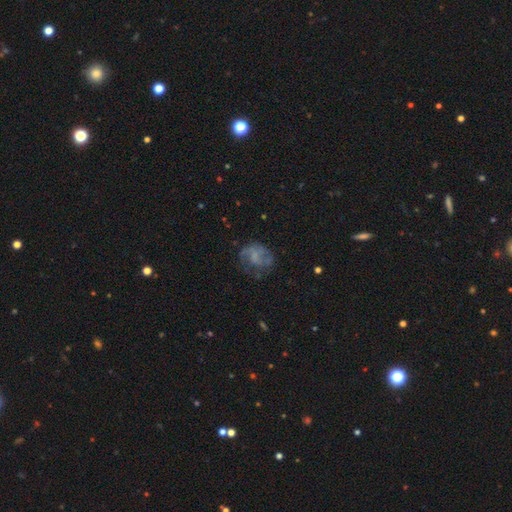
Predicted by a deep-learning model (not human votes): featured or disk 50%, smooth 37%, star or artifact 13%. Down the decision tree: edge-on disk — no (98%); merging — none (52%).